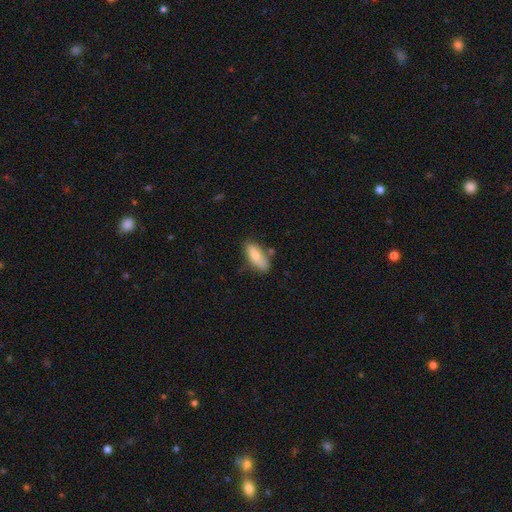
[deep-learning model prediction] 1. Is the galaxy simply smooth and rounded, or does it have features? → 79% smooth, 15% featured or disk, 6% star or artifact.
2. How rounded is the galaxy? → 75% in between, 23% cigar-shaped, 2% round.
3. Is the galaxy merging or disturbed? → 68% none, 21% minor disturbance, 7% merger, 4% major disturbance.